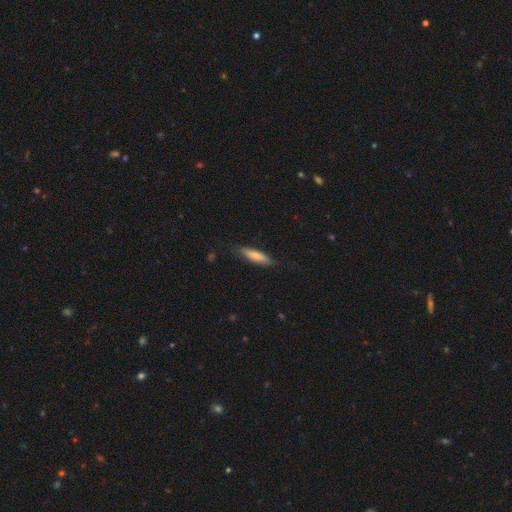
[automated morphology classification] Smooth or featured? smooth (72%)
How rounded? cigar-shaped (71%)
Merging? none (81%)